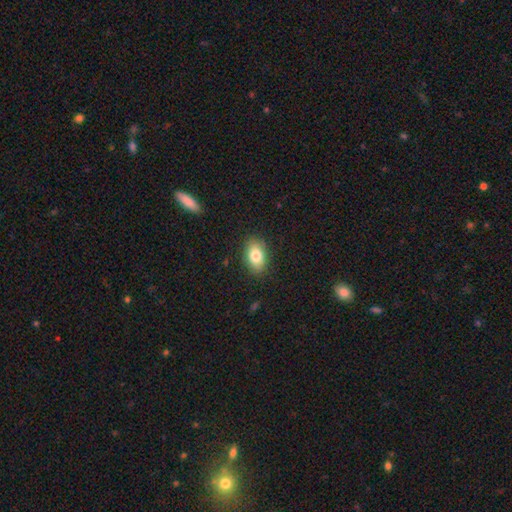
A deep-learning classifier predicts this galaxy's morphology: smooth-or-featured: smooth: 81% | featured or disk: 11% | star or artifact: 8%
  how-rounded: in between: 86% | round: 13% | cigar-shaped: 2%
  merging: none: 87% | minor disturbance: 10% | major disturbance: 2% | merger: 1%